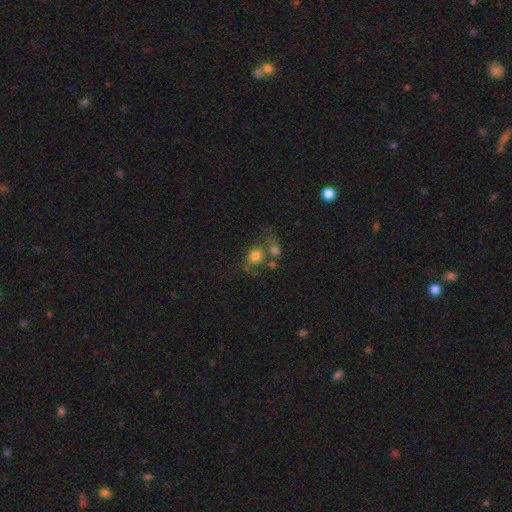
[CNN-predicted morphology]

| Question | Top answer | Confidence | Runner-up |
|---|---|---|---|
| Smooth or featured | smooth | 72% | featured or disk (16%) |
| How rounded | round | 61% | in between (38%) |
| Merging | none | 38% | merger (35%) |